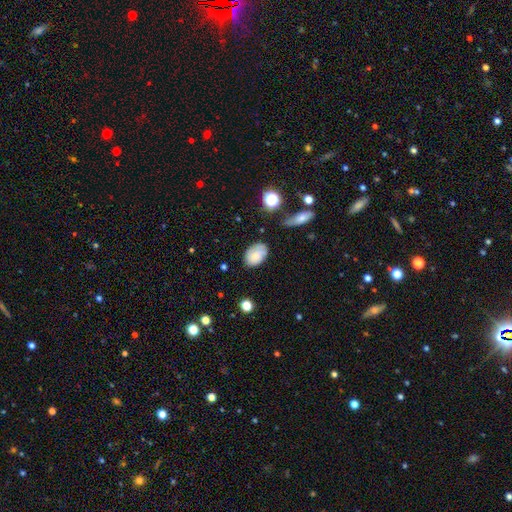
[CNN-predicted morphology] Overall: smooth (72%). How rounded: in between (87%). Merging: none (65%; minor disturbance 26%).